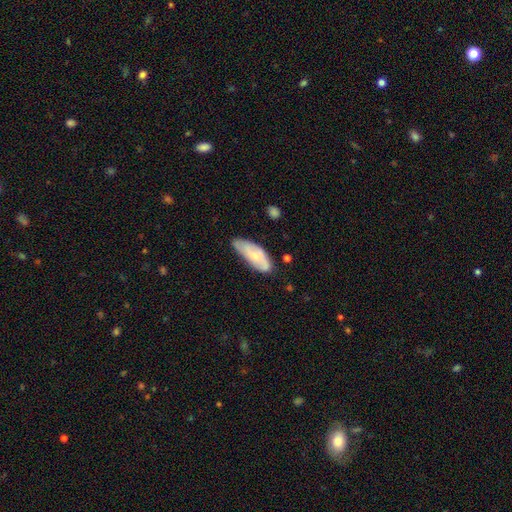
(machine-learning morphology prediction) smooth 59%, featured or disk 35%, star or artifact 6%. Down the decision tree: how rounded — in between (74%); merging — none (57%).